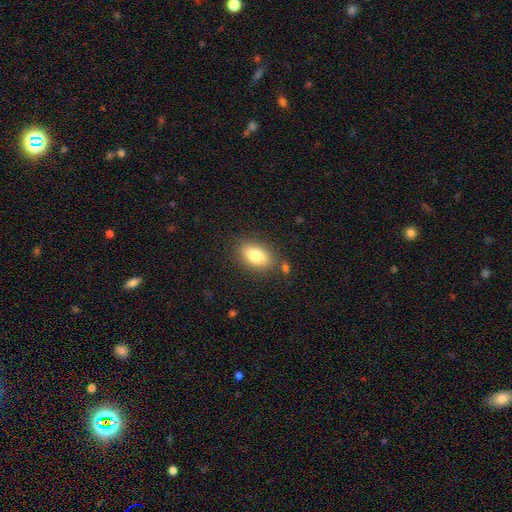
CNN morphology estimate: This appears to be a smooth galaxy with no disk features (81%) that is in between round and cigar-shaped (88%). Merging: none (80%).